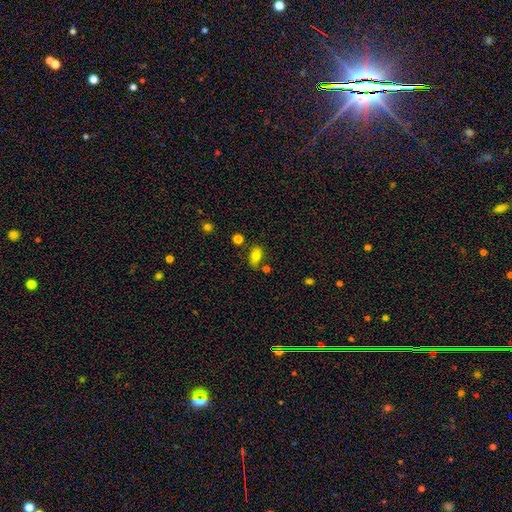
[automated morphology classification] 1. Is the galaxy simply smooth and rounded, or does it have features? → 77% smooth, 12% featured or disk, 11% star or artifact.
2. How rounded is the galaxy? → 86% in between, 9% round, 5% cigar-shaped.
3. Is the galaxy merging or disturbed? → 70% none, 17% minor disturbance, 9% merger, 4% major disturbance.